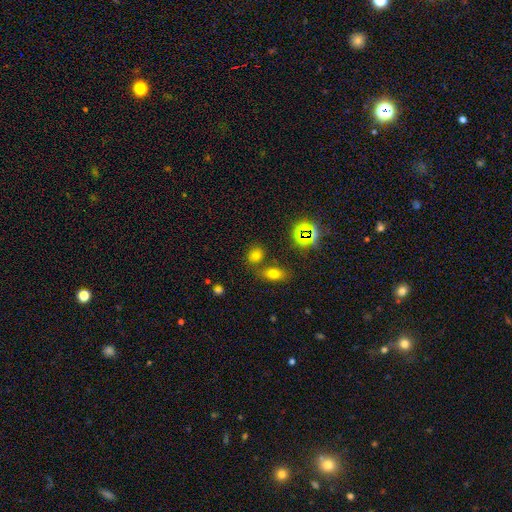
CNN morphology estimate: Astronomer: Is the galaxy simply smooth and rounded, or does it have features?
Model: smooth — 68%.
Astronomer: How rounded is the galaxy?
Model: round — 54% (runner-up: in between, 44%).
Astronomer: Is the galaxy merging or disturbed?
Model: none — 68%.